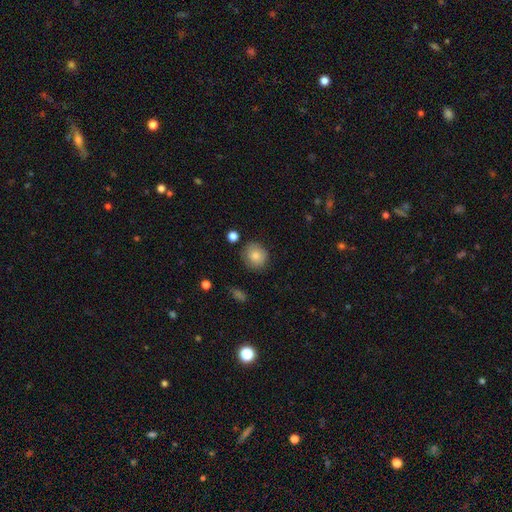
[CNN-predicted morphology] smooth-or-featured: smooth: 82% | featured or disk: 10% | star or artifact: 8%
  how-rounded: round: 85% | in between: 14% | cigar-shaped: 1%
  merging: none: 80% | minor disturbance: 15% | major disturbance: 3% | merger: 2%